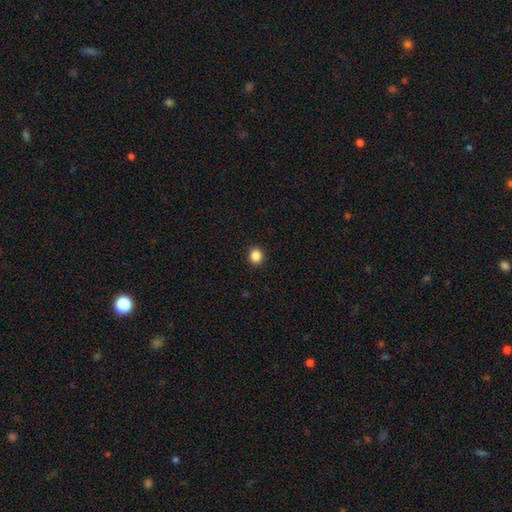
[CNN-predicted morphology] The model was most divided on "how rounded": round: 82%, in between: 17%, cigar-shaped: 1%. More confident: merging — none (92%); smooth or featured — smooth (87%).